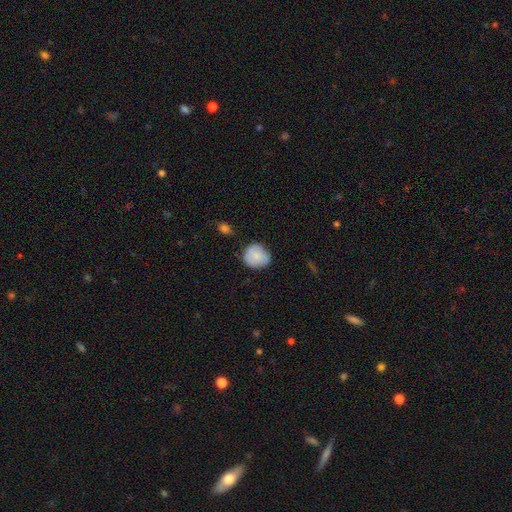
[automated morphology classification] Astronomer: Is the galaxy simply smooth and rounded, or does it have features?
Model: smooth — 78%.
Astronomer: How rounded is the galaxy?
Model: round — 79%.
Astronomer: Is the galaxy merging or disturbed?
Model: none — 68%.